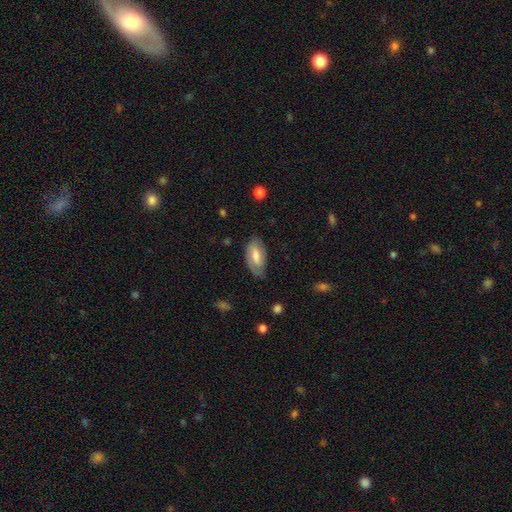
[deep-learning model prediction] Smooth or featured: smooth — 53% (featured or disk — 41%)
How rounded: in between — 91% (cigar-shaped — 5%)
Merging: none — 68% (minor disturbance — 24%)